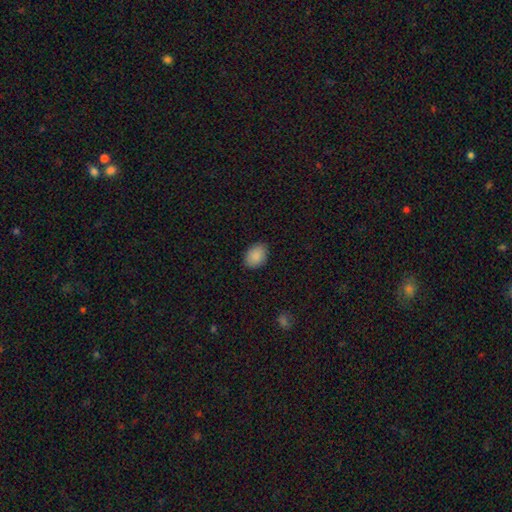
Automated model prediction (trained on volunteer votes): smooth_or_featured: smooth (p=0.89) [alt: star or artifact p=0.07]
how_rounded: in between (p=0.74) [alt: round p=0.25]
merging: none (p=0.86) [alt: minor disturbance p=0.11]